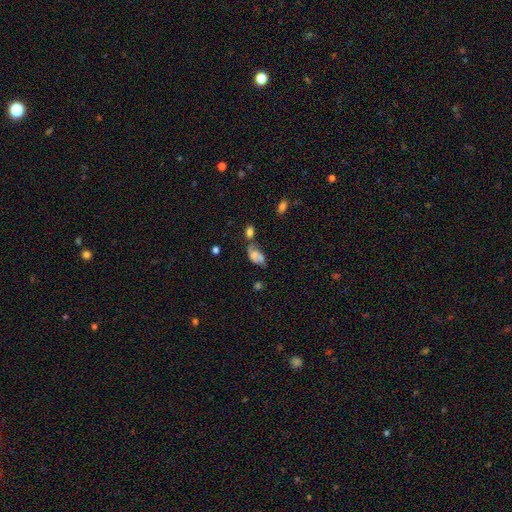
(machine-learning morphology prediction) type=smooth (50%); merging=none (32%).